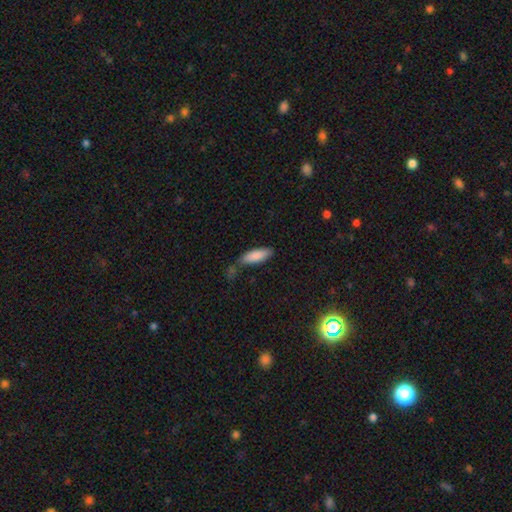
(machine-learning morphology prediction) smooth_or_featured: smooth (p=0.86) [alt: featured or disk p=0.08]
how_rounded: in between (p=0.59) [alt: cigar-shaped p=0.40]
merging: none (p=0.67) [alt: minor disturbance p=0.19]